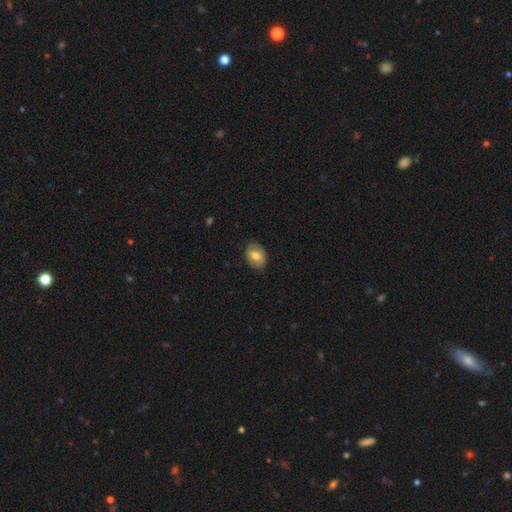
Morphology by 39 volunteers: Smooth or featured: smooth — 67% (featured or disk — 26%)
How rounded: in between — 62% (round — 38%)
Merging: none — 94% (minor disturbance — 6%)